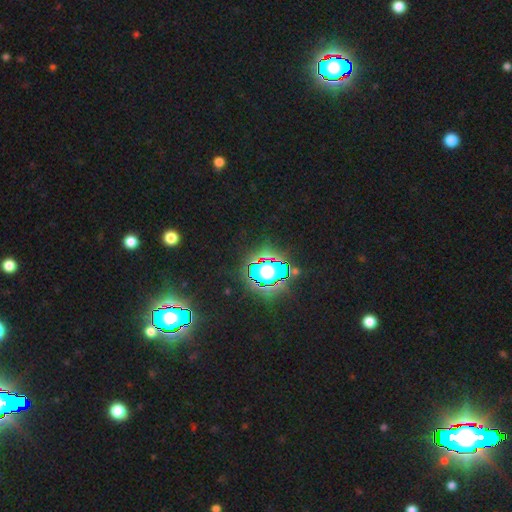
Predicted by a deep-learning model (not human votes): smooth-or-featured: star or artifact: 83% | smooth: 10% | featured or disk: 7%